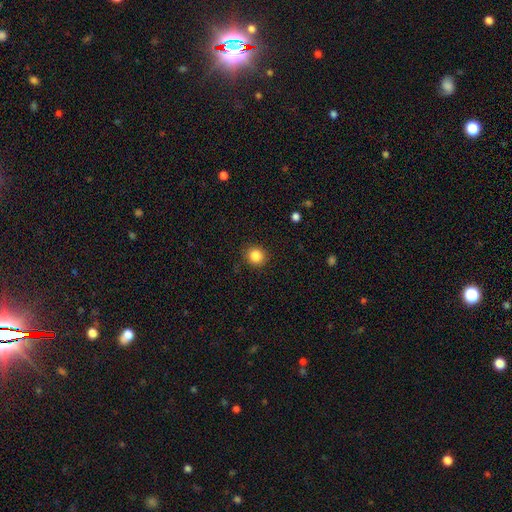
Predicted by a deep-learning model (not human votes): smooth 85%, star or artifact 10%, featured or disk 4%. Down the decision tree: how rounded — round (90%); merging — none (90%).